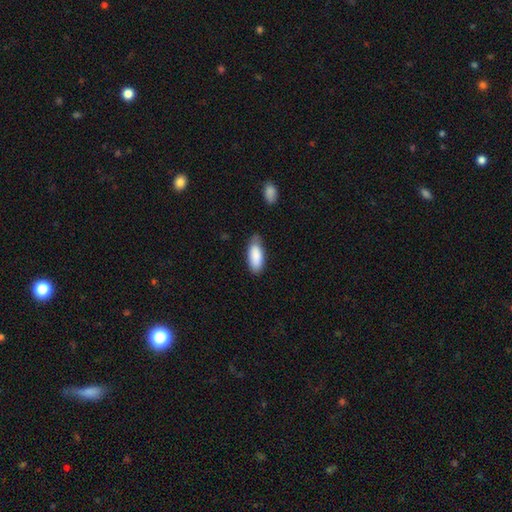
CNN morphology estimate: A smooth galaxy with no disk features (87%) that is in between round and cigar-shaped (82%).

Vote fractions:
- Smooth or featured? smooth: 87% / featured or disk: 7% / star or artifact: 6%
- How rounded? in between: 82% / cigar-shaped: 16% / round: 2%
- Merging? none: 69% / minor disturbance: 25% / major disturbance: 4% / merger: 2%